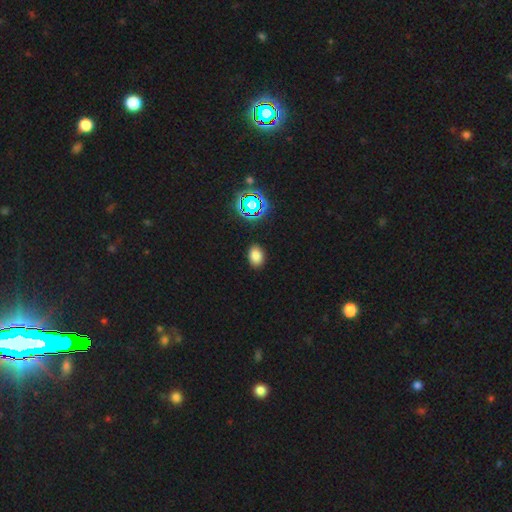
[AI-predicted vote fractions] smooth-or-featured: smooth: 75% | star or artifact: 18% | featured or disk: 6%
  how-rounded: in between: 75% | round: 24% | cigar-shaped: 1%
  merging: none: 88% | minor disturbance: 8% | major disturbance: 2% | merger: 1%